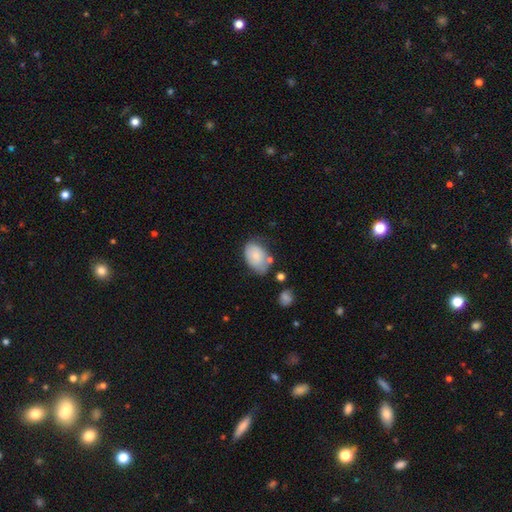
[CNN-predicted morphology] Smooth or featured? Predicted: smooth (p=0.77). How rounded? Predicted: in between (p=0.87). Merging? Predicted: none (p=0.51).